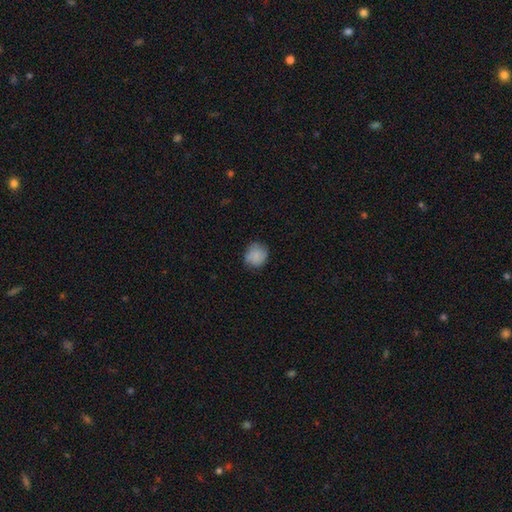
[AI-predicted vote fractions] A smooth galaxy with no disk features (79%) that is round (81%). Merging: none (76%).